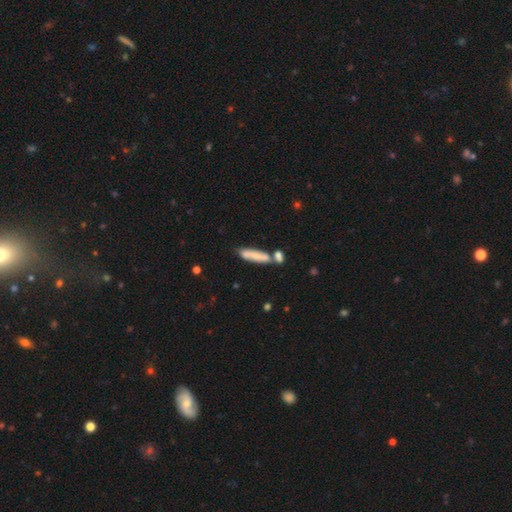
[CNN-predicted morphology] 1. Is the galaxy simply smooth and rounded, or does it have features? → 71% smooth, 22% featured or disk, 7% star or artifact.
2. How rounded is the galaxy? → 79% cigar-shaped, 19% in between, 2% round.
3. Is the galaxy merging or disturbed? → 58% none, 23% merger, 15% minor disturbance, 4% major disturbance.